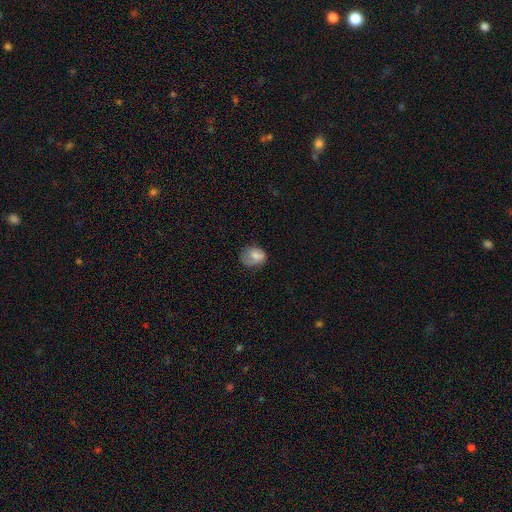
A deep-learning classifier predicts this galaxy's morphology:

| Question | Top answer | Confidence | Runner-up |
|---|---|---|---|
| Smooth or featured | smooth | 75% | featured or disk (16%) |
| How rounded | in between | 54% | round (45%) |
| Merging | none | 49% | minor disturbance (31%) |